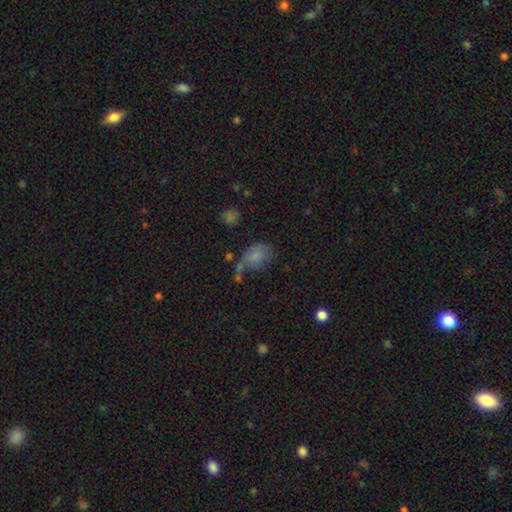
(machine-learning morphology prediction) Q: Smooth or featured?
A: smooth (75%); runner-up: featured or disk (13%)
Q: How rounded?
A: in between (74%); runner-up: round (24%)
Q: Merging?
A: none (38%); runner-up: minor disturbance (24%)